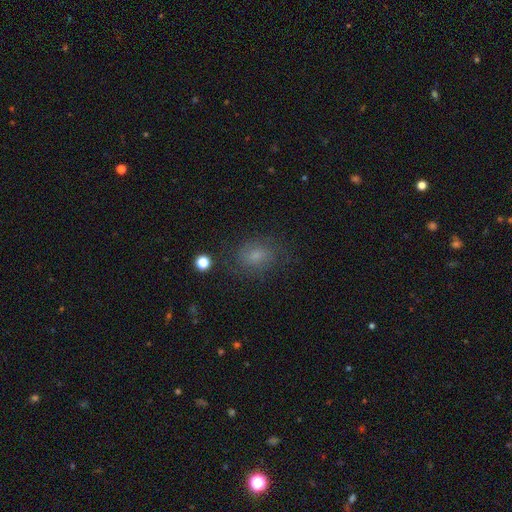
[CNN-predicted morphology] This is likely a smooth galaxy (61%). How rounded: possibly in between (55%). Merging: likely none (75%).